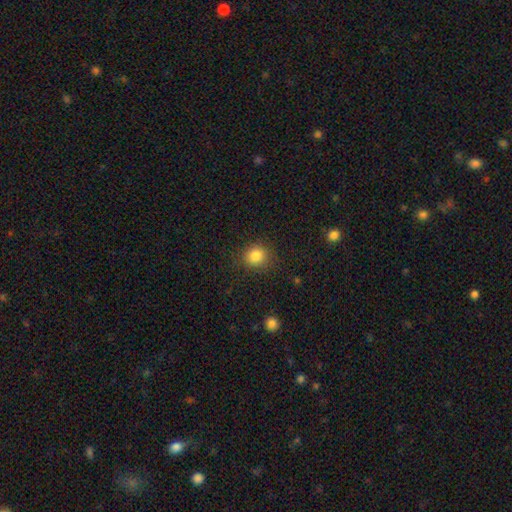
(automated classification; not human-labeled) smooth_or_featured: smooth (p=0.84) [alt: star or artifact p=0.11]
how_rounded: round (p=0.82) [alt: in between p=0.17]
merging: none (p=0.85) [alt: minor disturbance p=0.10]